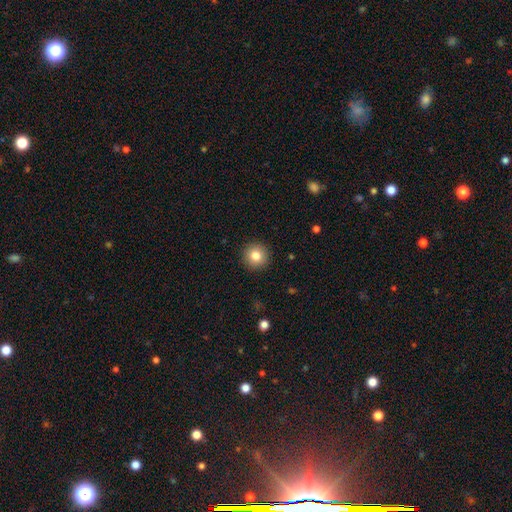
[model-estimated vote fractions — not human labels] smooth-or-featured: smooth: 82% | star or artifact: 10% | featured or disk: 8%
  how-rounded: round: 95% | in between: 4% | cigar-shaped: 1%
  merging: none: 92% | minor disturbance: 5% | major disturbance: 2% | merger: 1%